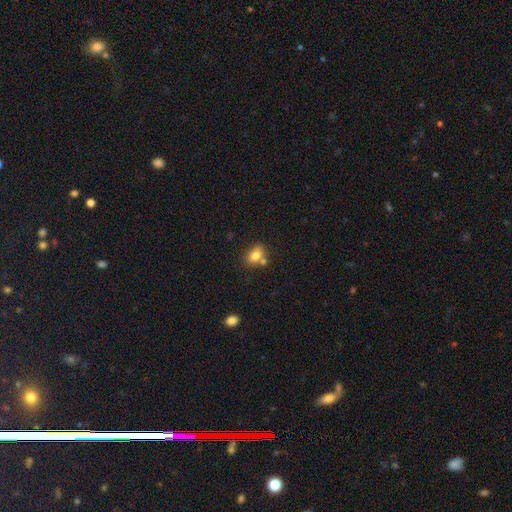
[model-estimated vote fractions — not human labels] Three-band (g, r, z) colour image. It shows a smooth galaxy with no disk features (80%) that is in between round and cigar-shaped (68%). Merging: none (60%).